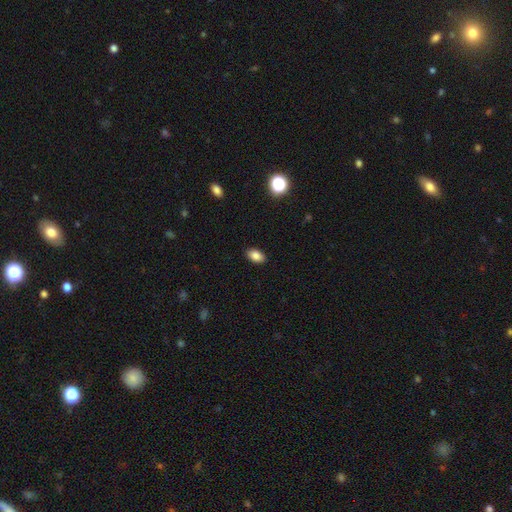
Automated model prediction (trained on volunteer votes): smooth-or-featured: smooth: 86% | star or artifact: 9% | featured or disk: 5%
  how-rounded: in between: 90% | round: 9% | cigar-shaped: 1%
  merging: none: 89% | minor disturbance: 8% | major disturbance: 2% | merger: 1%